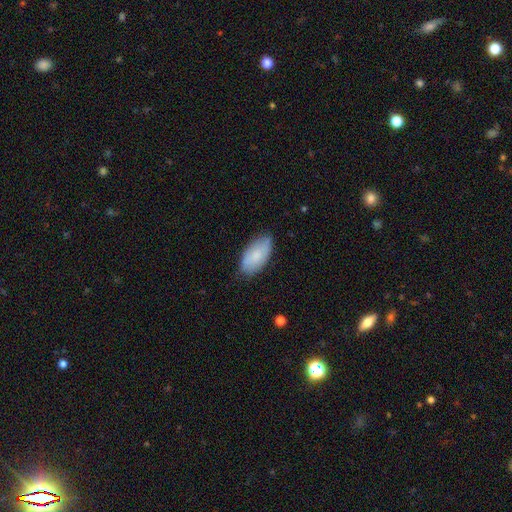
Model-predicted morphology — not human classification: Smooth or featured? Predicted: smooth (p=0.78). How rounded? Predicted: in between (p=0.94). Merging? Predicted: none (p=0.76).